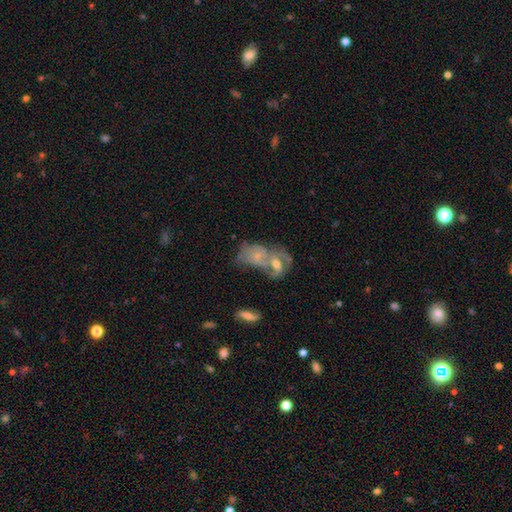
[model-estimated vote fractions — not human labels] Overall: featured or disk (57%; smooth 34%). Edge-on disk: no (96%). Bar: no (67%). Spiral arms: yes (69%; no 31%). Bulge size: small (44%; moderate 43%). Merging: merger (71%).